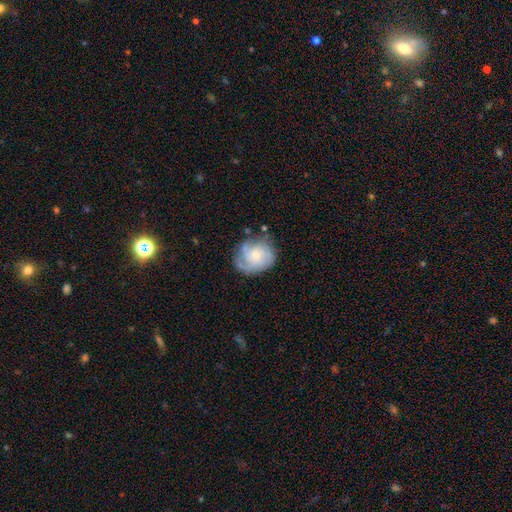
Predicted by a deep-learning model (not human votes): This appears to be a featured or disk galaxy (64%) with no bar (77%), tight (48%) spiral arms (87%) and a small central bulge (49%). Merging: none (66%).